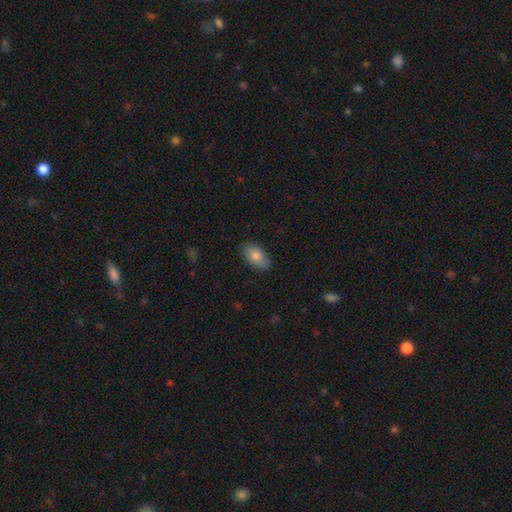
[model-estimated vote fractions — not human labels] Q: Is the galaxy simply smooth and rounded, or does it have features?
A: smooth — 81%.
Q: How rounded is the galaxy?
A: in between — 93%.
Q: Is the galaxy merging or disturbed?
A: none — 84%.